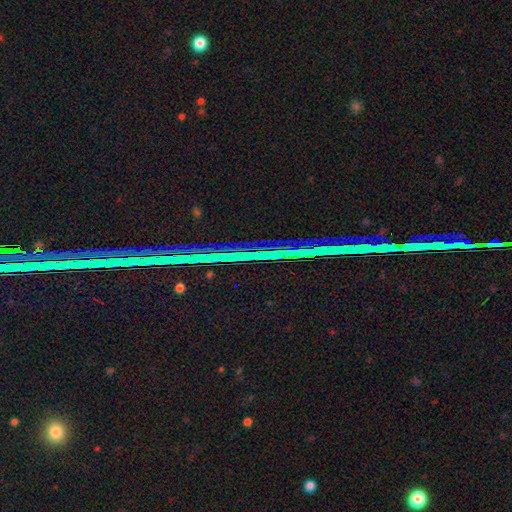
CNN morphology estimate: Q: Smooth or featured?
A: star or artifact (81%); runner-up: featured or disk (10%)